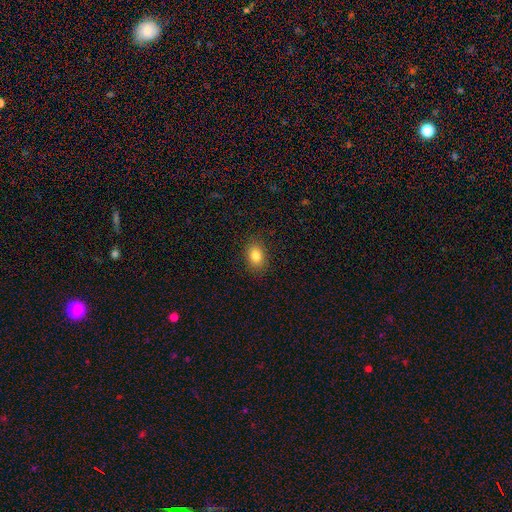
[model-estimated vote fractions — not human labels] This is clearly a smooth galaxy (84%). How rounded: likely in between (69%). Merging: clearly none (87%).